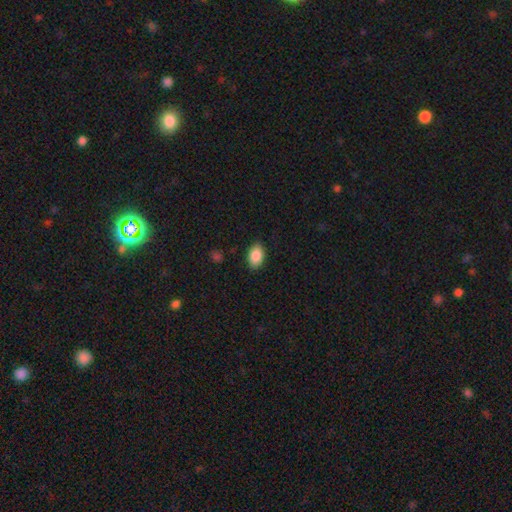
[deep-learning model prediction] Overall: smooth (88%). How rounded: in between (90%). Merging: none (87%).